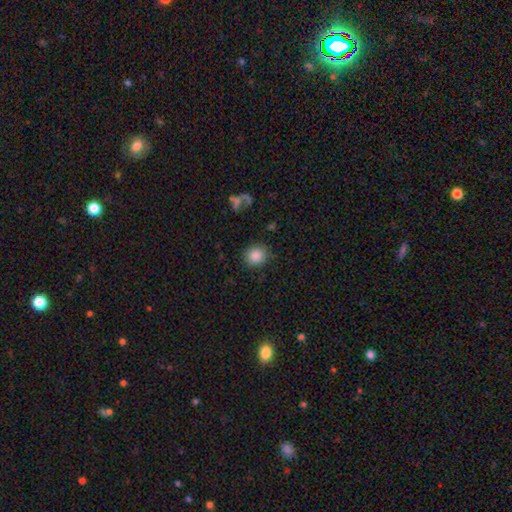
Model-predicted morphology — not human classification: smooth_or_featured: smooth (p=0.86) [alt: star or artifact p=0.09]
how_rounded: round (p=0.83) [alt: in between p=0.16]
merging: none (p=0.86) [alt: minor disturbance p=0.09]